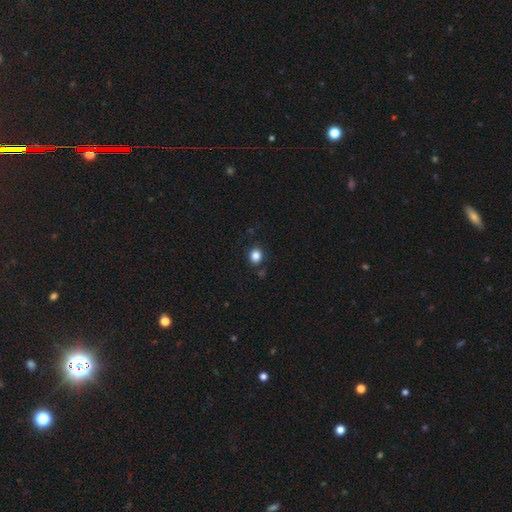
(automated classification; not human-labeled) This is clearly a smooth galaxy (84%). How rounded: likely round (70%). Merging: clearly none (83%).